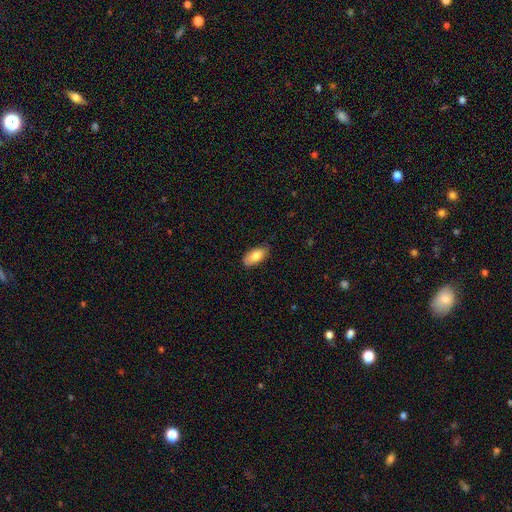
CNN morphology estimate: Q: Smooth or featured?
A: smooth (80%); runner-up: featured or disk (13%)
Q: How rounded?
A: in between (91%); runner-up: cigar-shaped (7%)
Q: Merging?
A: none (75%); runner-up: minor disturbance (20%)